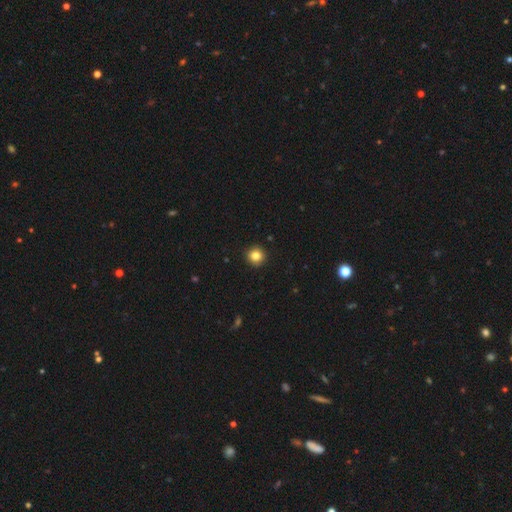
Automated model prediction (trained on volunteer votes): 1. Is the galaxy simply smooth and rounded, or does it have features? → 84% smooth, 11% star or artifact, 5% featured or disk.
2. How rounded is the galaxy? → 95% round, 4% in between, 1% cigar-shaped.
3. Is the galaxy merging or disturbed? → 93% none, 4% minor disturbance, 1% major disturbance, 1% merger.